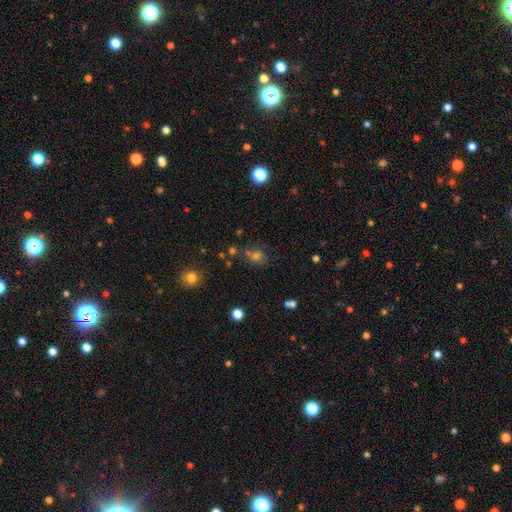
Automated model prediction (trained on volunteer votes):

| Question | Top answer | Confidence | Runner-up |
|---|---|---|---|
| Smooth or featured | smooth | 56% | star or artifact (32%) |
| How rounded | round | 65% | in between (34%) |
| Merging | none | 65% | merger (15%) |